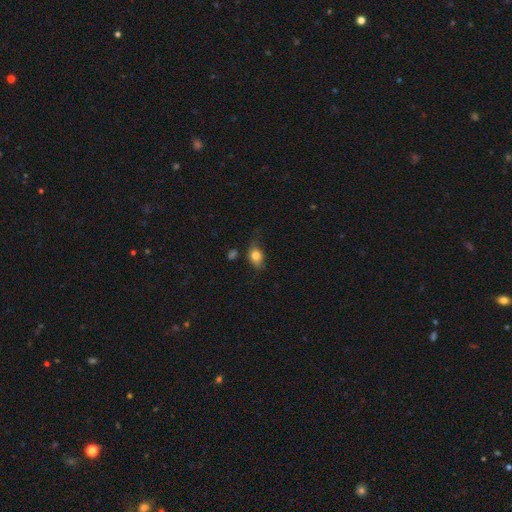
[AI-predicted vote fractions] Q: Smooth or featured?
A: smooth (78%); runner-up: featured or disk (13%)
Q: How rounded?
A: in between (71%); runner-up: round (26%)
Q: Merging?
A: none (61%); runner-up: minor disturbance (28%)